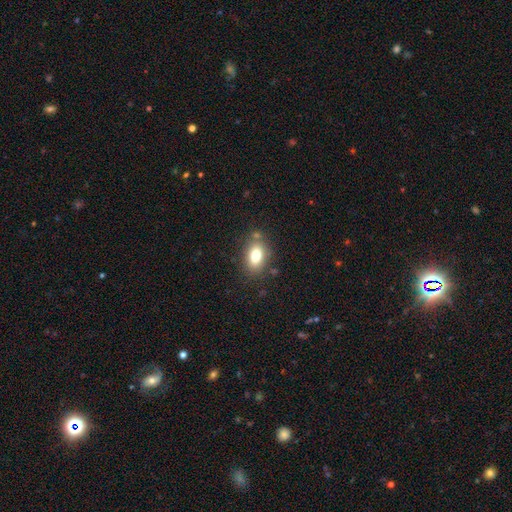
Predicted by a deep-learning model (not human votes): Smooth or featured: smooth — 78% (featured or disk — 12%)
How rounded: in between — 85% (round — 13%)
Merging: none — 77% (minor disturbance — 13%)